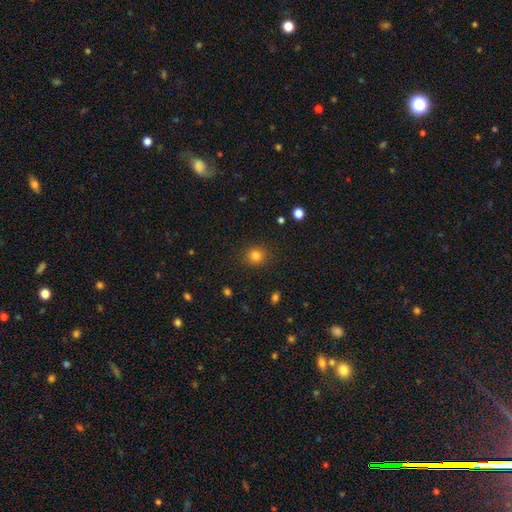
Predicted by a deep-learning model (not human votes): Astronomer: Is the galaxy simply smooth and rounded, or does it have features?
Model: smooth — 81%.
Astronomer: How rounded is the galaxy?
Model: round — 85%.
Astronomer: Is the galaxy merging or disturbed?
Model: none — 88%.